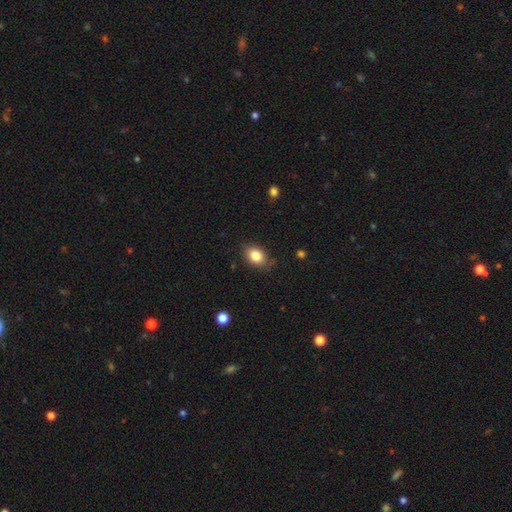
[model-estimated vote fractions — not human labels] This is clearly a smooth galaxy (85%). How rounded: likely in between (73%). Merging: likely none (77%).